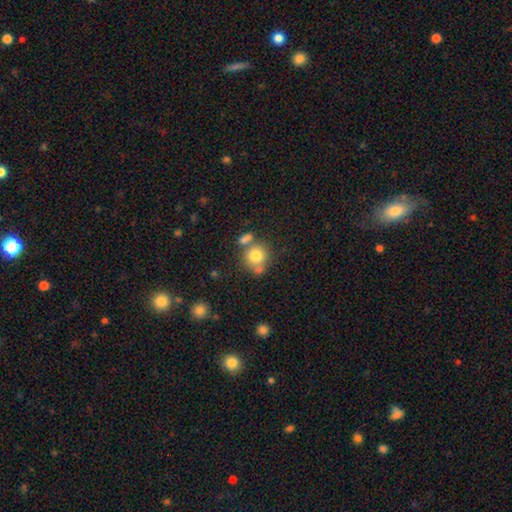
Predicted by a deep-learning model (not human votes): A smooth galaxy with no disk features (76%) that is round (85%).

Vote fractions:
- Smooth or featured? smooth: 76% / featured or disk: 13% / star or artifact: 11%
- How rounded? round: 85% / in between: 14% / cigar-shaped: 1%
- Merging? none: 55% / merger: 27% / minor disturbance: 13% / major disturbance: 5%